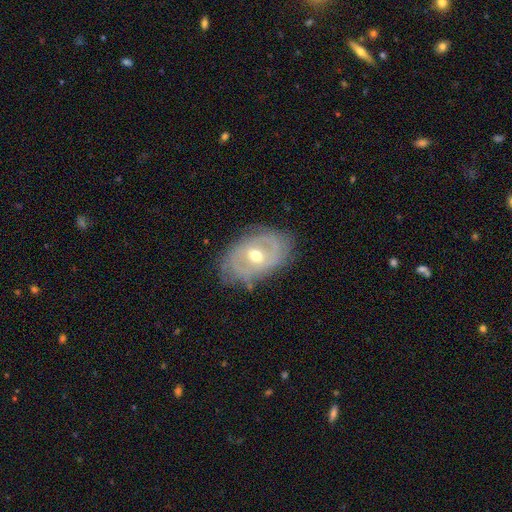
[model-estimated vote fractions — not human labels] This is likely a featured or disk galaxy (73%). It is clearly not viewed edge-on (94%). Bar: possibly no (50%). Spiral arm pattern: likely yes (73%). Spiral arm count: marginally can't tell (42%). Spiral winding: likely tight (61%). Central bulge: likely moderate (72%). Merging: likely none (78%).